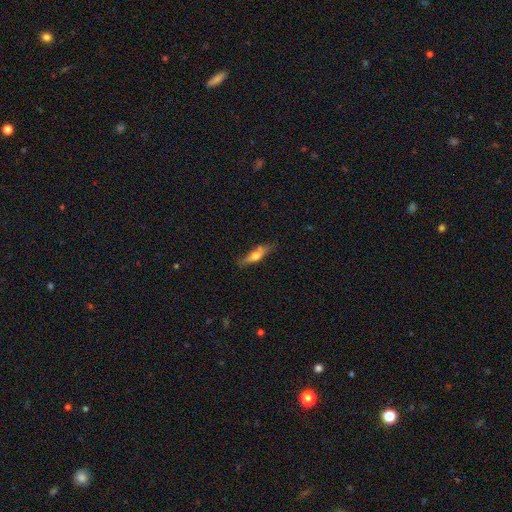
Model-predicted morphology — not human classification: The model was most divided on "smooth or featured": smooth: 54%, featured or disk: 40%, star or artifact: 7%. More confident: merging — none (71%); how rounded — cigar-shaped (66%).